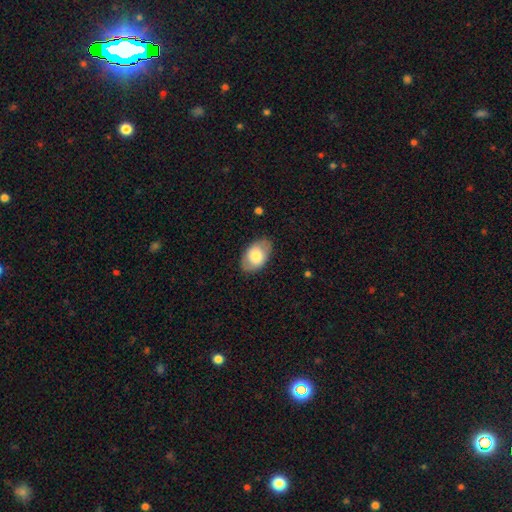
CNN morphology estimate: smooth 73%, featured or disk 20%, star or artifact 6%. Down the decision tree: how rounded — in between (91%); merging — none (82%).